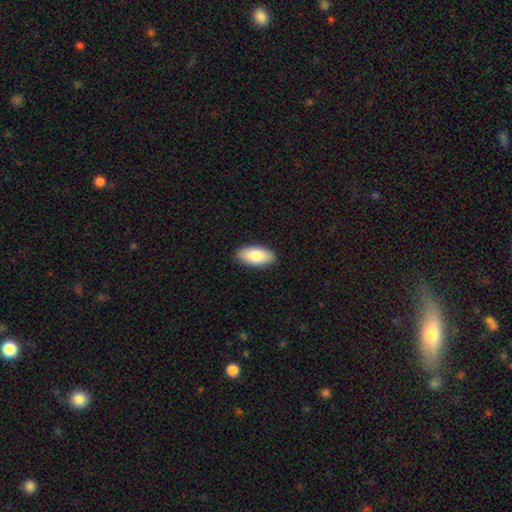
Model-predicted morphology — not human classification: smooth-or-featured: smooth: 86% | featured or disk: 9% | star or artifact: 6%
  how-rounded: in between: 93% | cigar-shaped: 5% | round: 2%
  merging: none: 89% | minor disturbance: 8% | major disturbance: 2% | merger: 1%